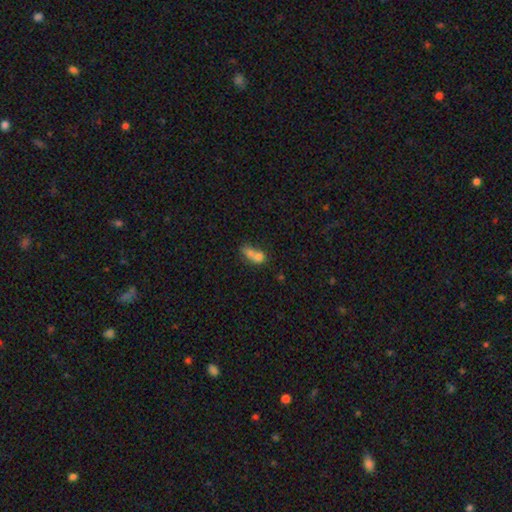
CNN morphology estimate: Overall: smooth (69%). How rounded: in between (52%; round 45%). Merging: merger (70%).